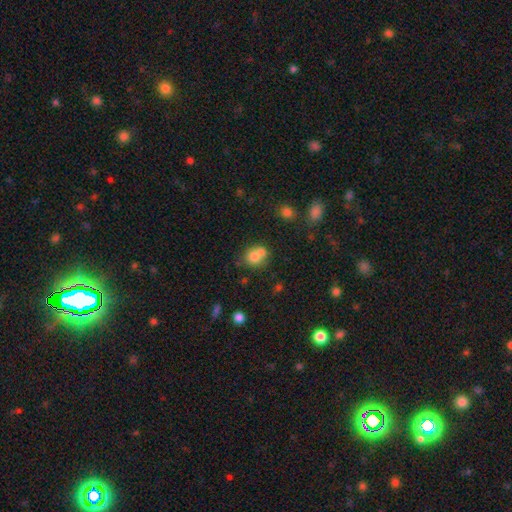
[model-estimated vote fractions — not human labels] Q: Smooth or featured?
A: smooth (74%); runner-up: featured or disk (15%)
Q: How rounded?
A: round (67%); runner-up: in between (32%)
Q: Merging?
A: merger (48%); runner-up: none (37%)